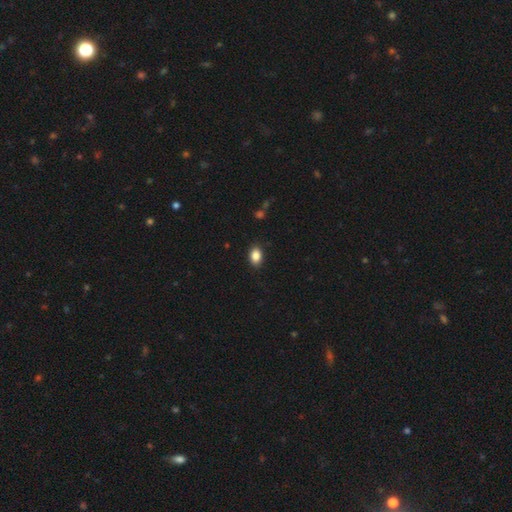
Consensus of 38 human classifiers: smooth_or_featured: smooth (p=0.89) [alt: featured or disk p=0.08]
how_rounded: in between (p=0.94) [alt: round p=0.06]
merging: none (p=0.89) [alt: minor disturbance p=0.11]